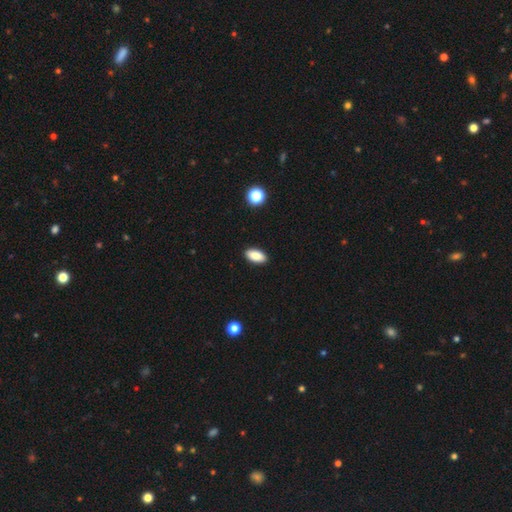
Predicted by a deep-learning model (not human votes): A smooth galaxy with no disk features (87%) that is in between round and cigar-shaped (92%).

Vote fractions:
- Smooth or featured? smooth: 87% / star or artifact: 8% / featured or disk: 5%
- How rounded? in between: 92% / cigar-shaped: 6% / round: 3%
- Merging? none: 90% / minor disturbance: 7% / major disturbance: 2% / merger: 1%